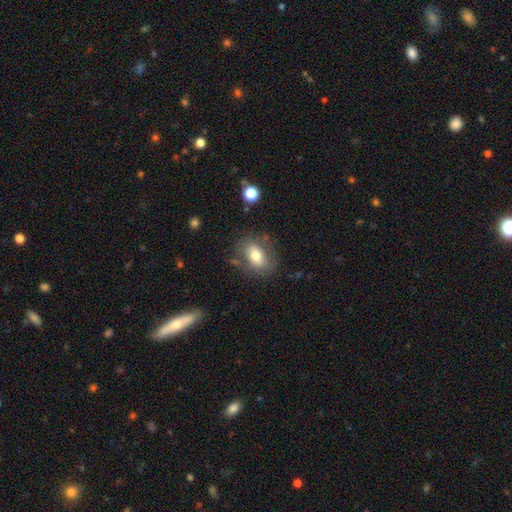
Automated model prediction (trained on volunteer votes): Smooth or featured? smooth (70%)
How rounded? in between (79%)
Merging? none (72%)